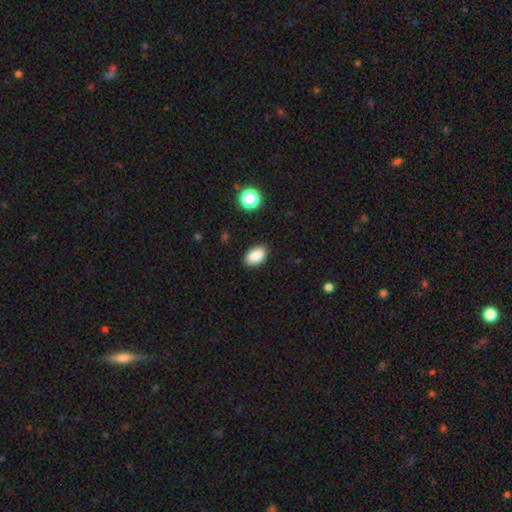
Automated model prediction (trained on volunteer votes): A smooth galaxy with no disk features (87%) that is in between round and cigar-shaped (91%). Merging: none (86%).